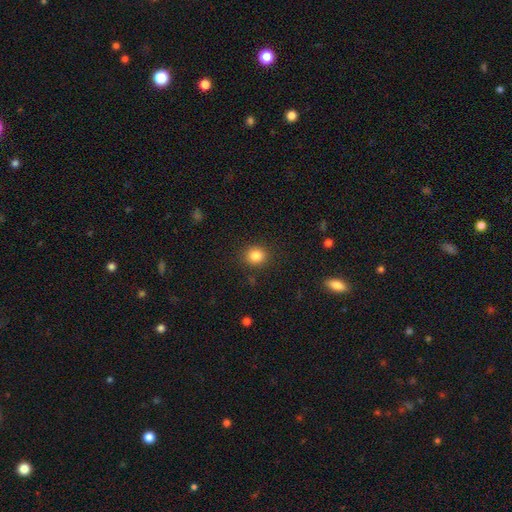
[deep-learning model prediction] Smooth or featured? Predicted: smooth (p=0.84). How rounded? Predicted: round (p=0.84). Merging? Predicted: none (p=0.89).